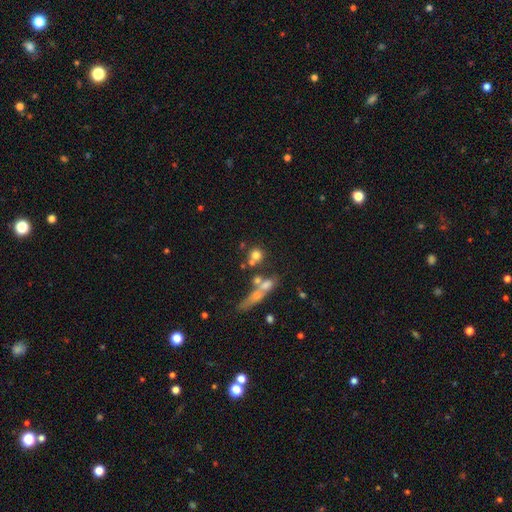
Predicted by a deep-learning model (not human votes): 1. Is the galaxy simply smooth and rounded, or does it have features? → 68% smooth, 17% featured or disk, 16% star or artifact.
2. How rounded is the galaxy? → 85% round, 11% in between, 4% cigar-shaped.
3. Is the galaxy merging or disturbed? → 53% none, 30% merger, 10% minor disturbance, 7% major disturbance.